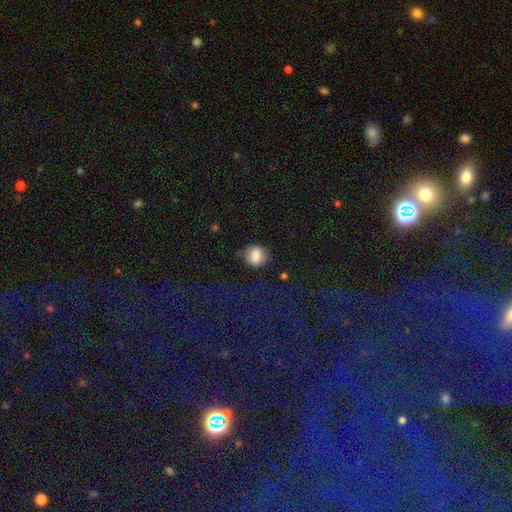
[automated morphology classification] Overall: smooth (79%). How rounded: round (66%; in between 32%). Merging: none (71%).